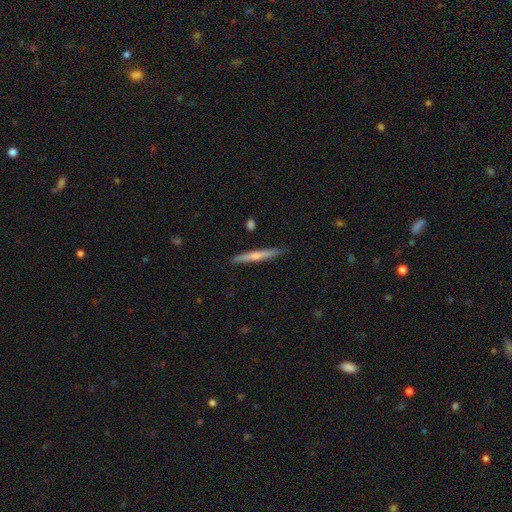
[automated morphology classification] A featured or disk galaxy (61%) viewed edge-on (97%) with a rounded central bulge (74%).

Vote fractions:
- Smooth or featured? featured or disk: 61% / smooth: 32% / star or artifact: 6%
- Edge-on disk? yes: 97% / no: 3%
- Edge-on bulge? rounded: 74% / none: 23% / boxy: 3%
- Merging? none: 90% / minor disturbance: 7% / major disturbance: 1% / merger: 1%